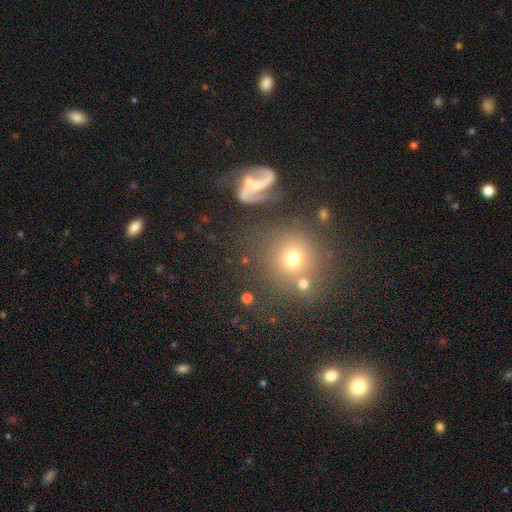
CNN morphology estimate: Q: Smooth or featured?
A: smooth (46%); runner-up: star or artifact (43%)
Q: Merging?
A: none (75%); runner-up: merger (11%)